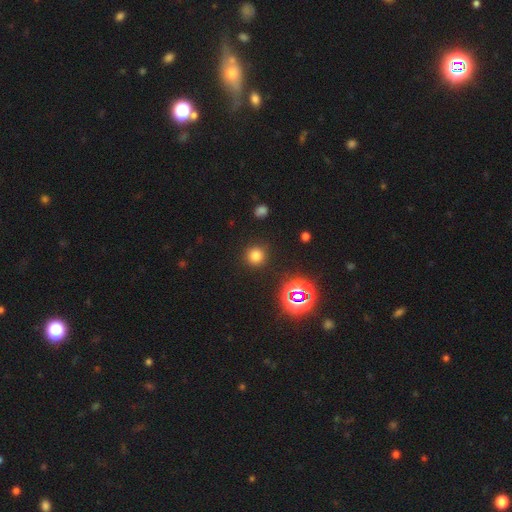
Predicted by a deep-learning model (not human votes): Smooth or featured: smooth — 72% (star or artifact — 22%)
How rounded: round — 93% (in between — 6%)
Merging: none — 89% (minor disturbance — 6%)